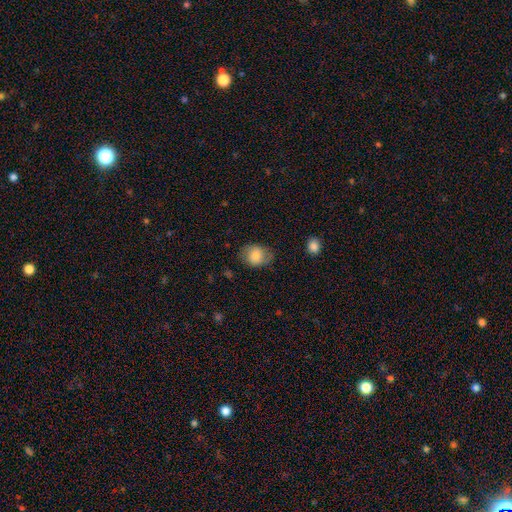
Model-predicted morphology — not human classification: Overall: smooth (76%). How rounded: in between (61%; round 38%). Merging: none (71%).